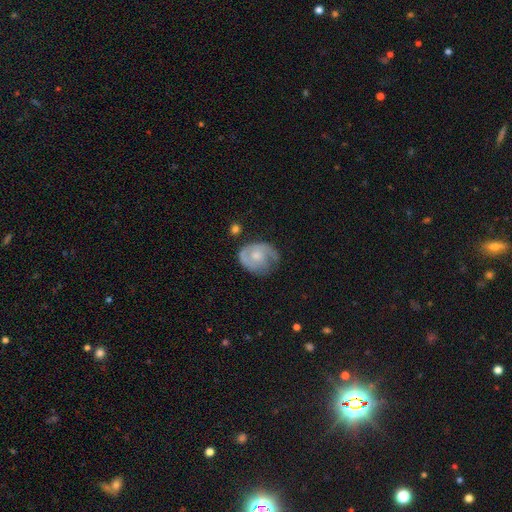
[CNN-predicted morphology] This is likely a featured or disk galaxy (71%). It is clearly not viewed edge-on (98%). Bar: likely no (73%). Spiral arm pattern: clearly yes (88%). Spiral arm count: possibly 2 (52%). Spiral winding: possibly tight (48%). Central bulge: possibly moderate (48%). Merging: possibly none (59%).